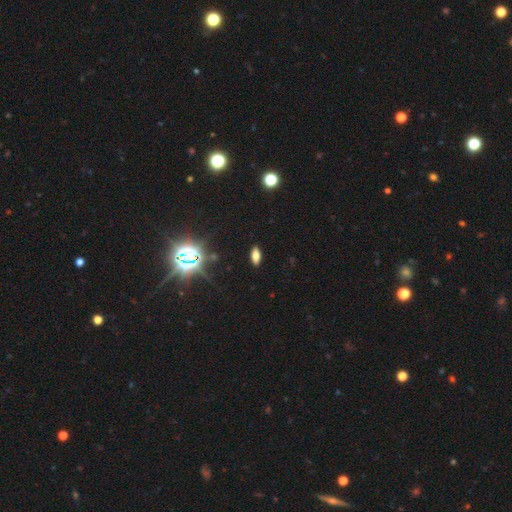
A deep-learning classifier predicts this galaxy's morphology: A smooth galaxy with no disk features (66%) that is in between round and cigar-shaped (81%). Merging: none (89%).